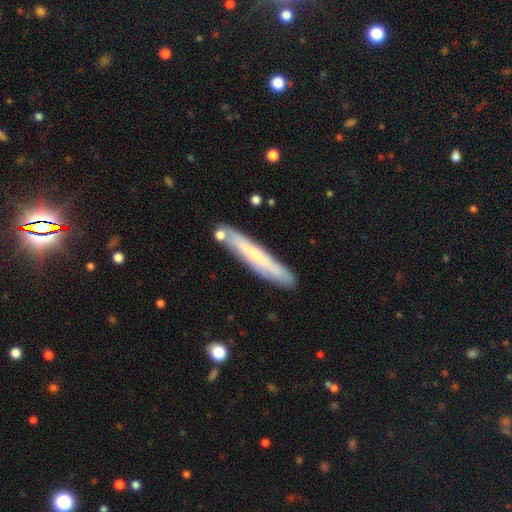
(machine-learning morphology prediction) Q: Smooth or featured?
A: smooth (50%); runner-up: featured or disk (43%)
Q: How rounded?
A: cigar-shaped (93%); runner-up: in between (6%)
Q: Merging?
A: none (82%); runner-up: minor disturbance (11%)